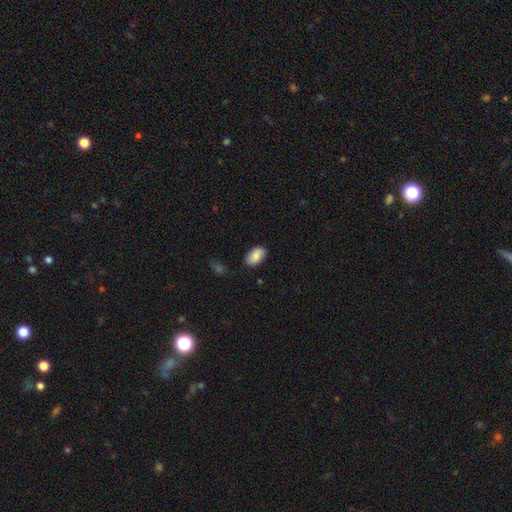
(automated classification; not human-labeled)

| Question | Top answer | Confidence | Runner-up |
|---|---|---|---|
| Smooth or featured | smooth | 84% | featured or disk (9%) |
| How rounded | in between | 94% | round (5%) |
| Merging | none | 82% | minor disturbance (13%) |